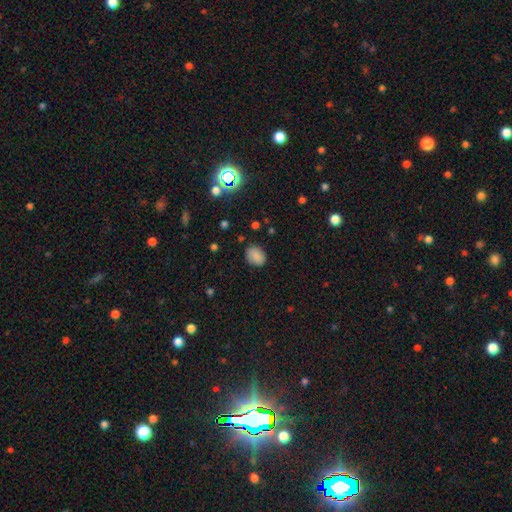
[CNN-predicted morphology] smooth-or-featured: smooth: 81% | star or artifact: 10% | featured or disk: 9%
  how-rounded: in between: 53% | round: 46% | cigar-shaped: 1%
  merging: none: 79% | minor disturbance: 16% | major disturbance: 4% | merger: 1%